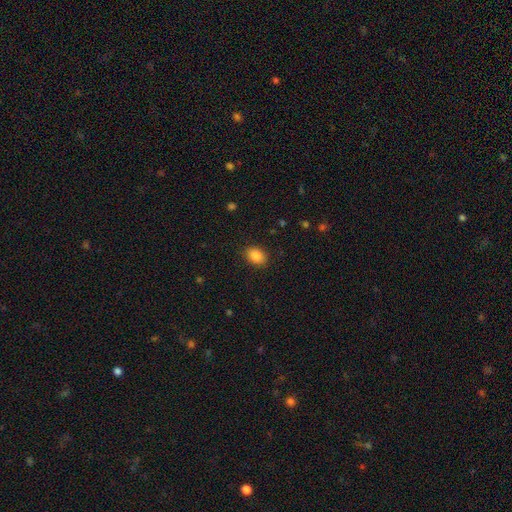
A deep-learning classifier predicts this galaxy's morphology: Smooth or featured? Predicted: smooth (p=0.88). How rounded? Predicted: in between (p=0.73). Merging? Predicted: none (p=0.87).